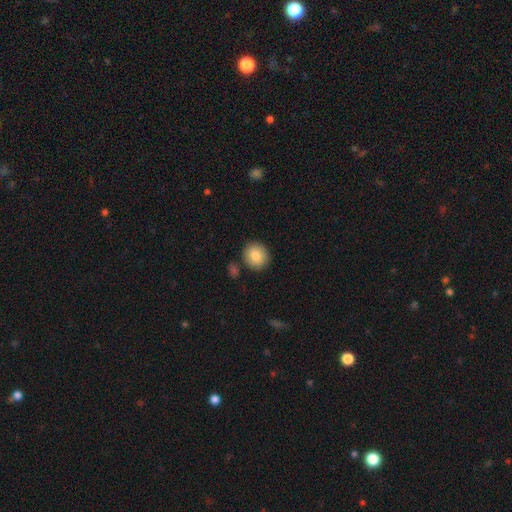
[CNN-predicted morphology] Overall: smooth (84%). How rounded: round (81%). Merging: none (85%).